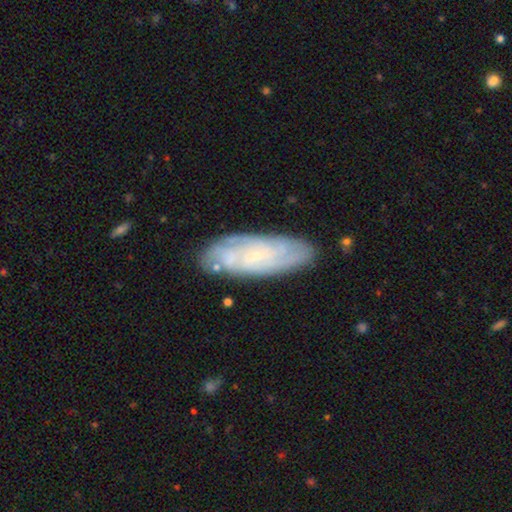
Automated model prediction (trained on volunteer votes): Smooth or featured: featured or disk — 73% (smooth — 20%)
Edge-on disk: no — 89% (yes — 11%)
Bar: no — 68% (weak — 26%)
Spiral arms: yes — 92% (no — 8%)
Spiral winding: tight — 67% (medium — 26%)
Spiral arm count: can't tell — 43% (4 — 19%)
Bulge size: small — 81% (moderate — 12%)
Merging: none — 81% (minor disturbance — 14%)